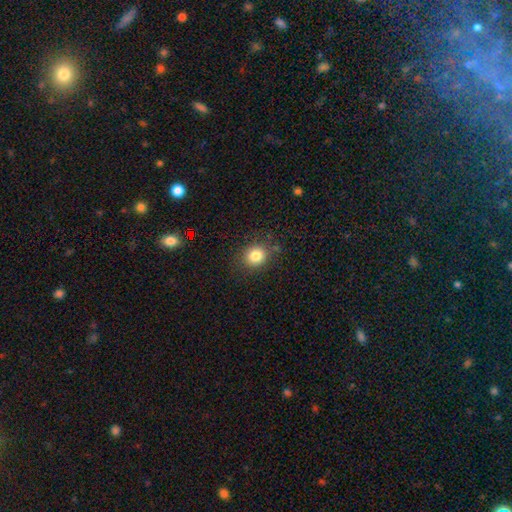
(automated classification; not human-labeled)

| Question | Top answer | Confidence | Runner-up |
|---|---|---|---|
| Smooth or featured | smooth | 82% | star or artifact (12%) |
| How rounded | round | 76% | in between (23%) |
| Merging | none | 82% | minor disturbance (12%) |